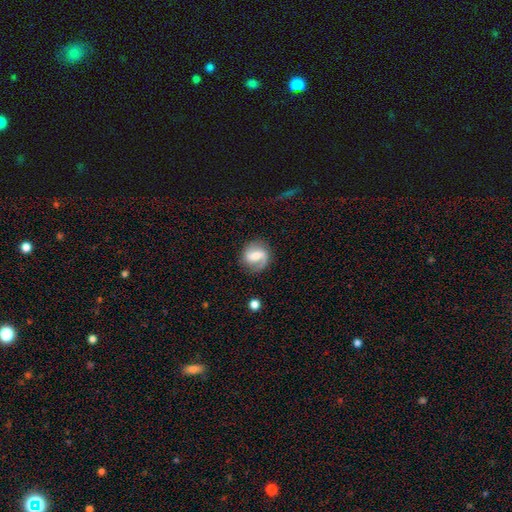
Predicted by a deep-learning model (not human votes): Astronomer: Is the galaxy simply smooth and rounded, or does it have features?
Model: featured or disk — 66%.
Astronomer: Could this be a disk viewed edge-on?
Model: no — 97%.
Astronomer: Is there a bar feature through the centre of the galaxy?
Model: weak — 46% (runner-up: strong, 33%).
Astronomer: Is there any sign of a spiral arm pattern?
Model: yes — 89%.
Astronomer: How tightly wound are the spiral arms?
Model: loose — 41%, tied with medium at 41%.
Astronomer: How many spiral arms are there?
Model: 2 — 72%.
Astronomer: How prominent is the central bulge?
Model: moderate — 50% (runner-up: small, 30%).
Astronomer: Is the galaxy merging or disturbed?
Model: none — 77%.